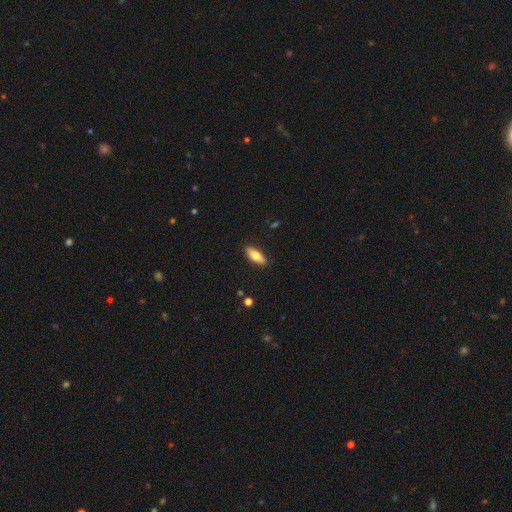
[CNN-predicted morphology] Overall: smooth (69%). How rounded: in between (69%; cigar-shaped 29%). Merging: none (89%).